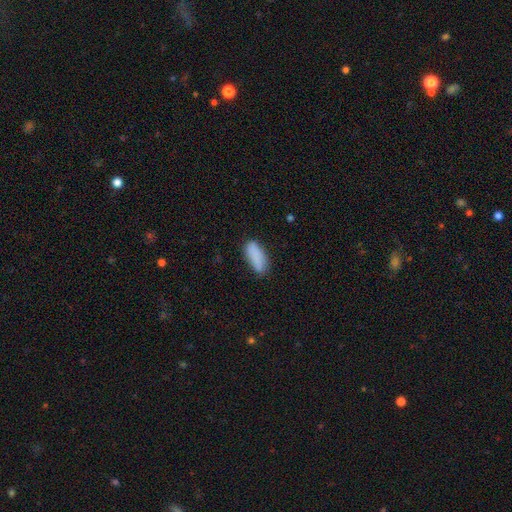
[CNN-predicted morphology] Smooth or featured?
  - smooth: 86% *
  - star or artifact: 7%
  - featured or disk: 7%
How rounded?
  - in between: 77% *
  - cigar-shaped: 21%
  - round: 2%
Merging?
  - none: 72% *
  - minor disturbance: 22%
  - major disturbance: 5%
  - merger: 2%